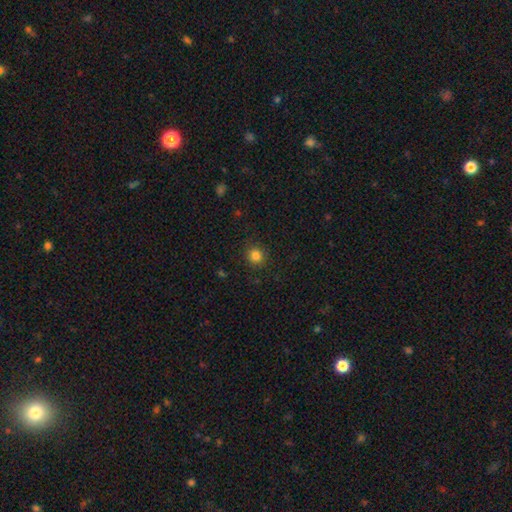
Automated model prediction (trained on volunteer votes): smooth_or_featured: smooth (p=0.83) [alt: star or artifact p=0.12]
how_rounded: round (p=0.87) [alt: in between p=0.12]
merging: none (p=0.89) [alt: minor disturbance p=0.08]